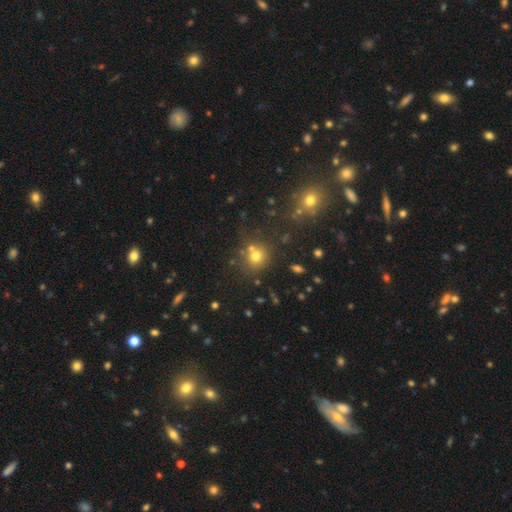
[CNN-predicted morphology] type=smooth (70%); roundness=round (85%); merging=none (65%).